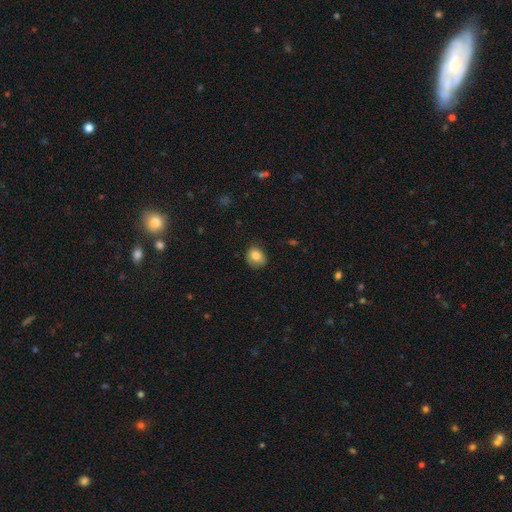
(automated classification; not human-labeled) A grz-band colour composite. It shows a smooth galaxy with no disk features (81%) that is round (62%). Merging: none (67%).